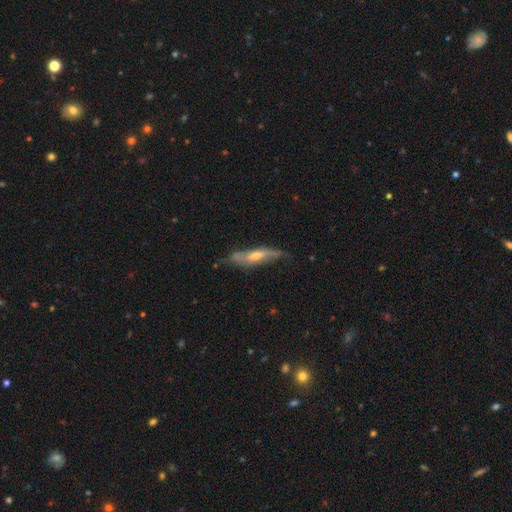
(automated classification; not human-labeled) This appears to be a featured or disk galaxy (60%) viewed edge-on (59%). Merging: none (58%).